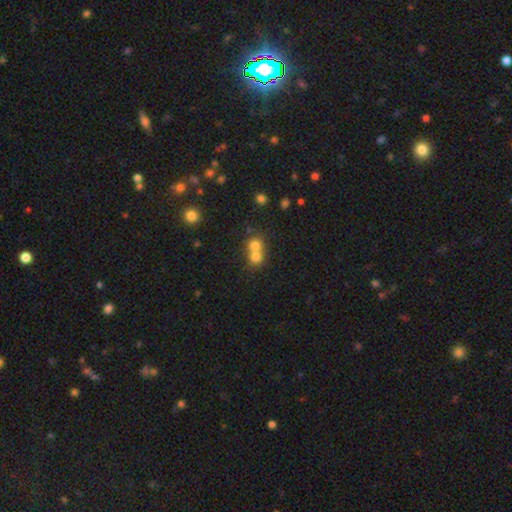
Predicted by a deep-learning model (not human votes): Morphology: type=smooth (74%); roundness=round (81%); merging=merger (63%).